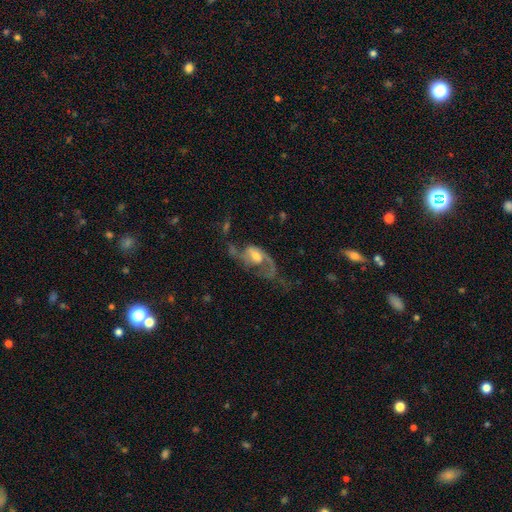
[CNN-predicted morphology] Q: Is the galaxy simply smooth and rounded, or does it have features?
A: featured or disk — 78%.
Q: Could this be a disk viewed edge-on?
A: no — 96%.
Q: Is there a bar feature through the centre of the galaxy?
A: no — 43%.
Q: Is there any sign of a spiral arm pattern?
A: yes — 88%.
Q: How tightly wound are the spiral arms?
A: loose — 64%.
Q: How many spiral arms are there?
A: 2 — 77%.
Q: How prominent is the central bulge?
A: moderate — 59%.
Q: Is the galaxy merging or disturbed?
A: major disturbance — 41%.